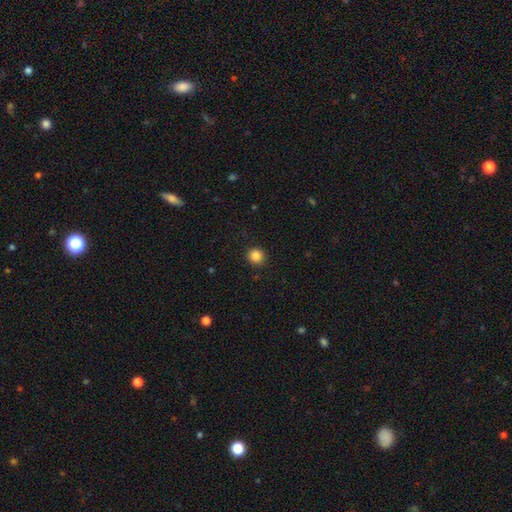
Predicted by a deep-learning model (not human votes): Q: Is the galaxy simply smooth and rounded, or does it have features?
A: smooth — 85%.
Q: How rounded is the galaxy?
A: round — 93%.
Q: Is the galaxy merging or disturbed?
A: none — 91%.